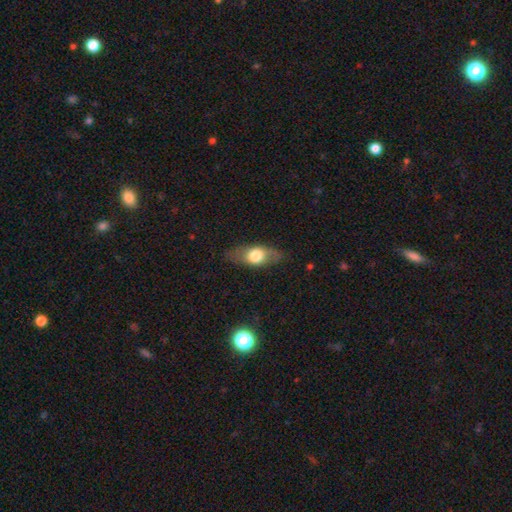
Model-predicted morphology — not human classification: Q: Smooth or featured?
A: smooth (60%); runner-up: featured or disk (33%)
Q: How rounded?
A: in between (74%); runner-up: cigar-shaped (17%)
Q: Merging?
A: none (79%); runner-up: minor disturbance (15%)